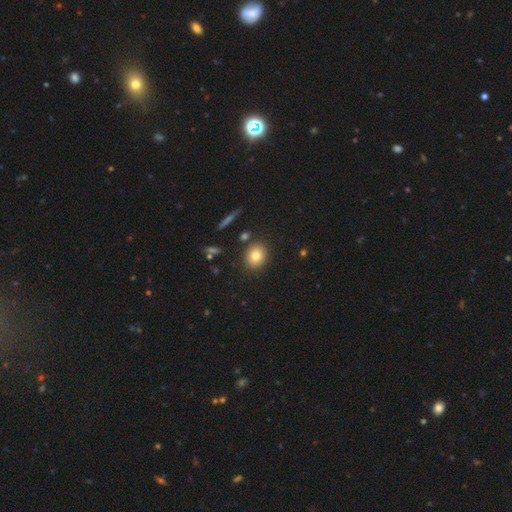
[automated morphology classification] The model was most divided on "how rounded": round: 65%, in between: 34%, cigar-shaped: 1%. More confident: merging — none (86%); smooth or featured — smooth (77%).